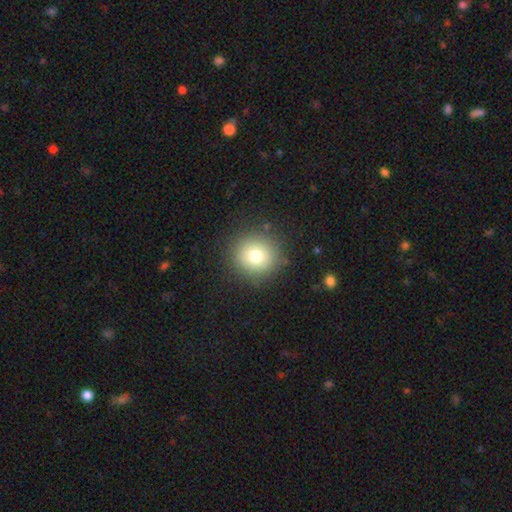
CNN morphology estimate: Q: Smooth or featured?
A: smooth (75%); runner-up: star or artifact (13%)
Q: How rounded?
A: round (93%); runner-up: in between (6%)
Q: Merging?
A: none (88%); runner-up: minor disturbance (8%)